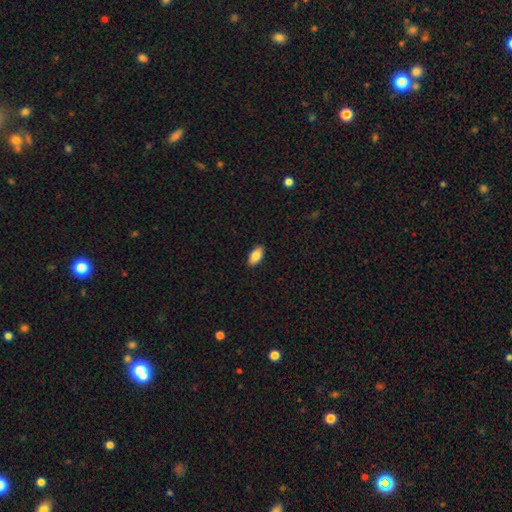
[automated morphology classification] type=smooth (84%); roundness=in between (93%); merging=none (90%).